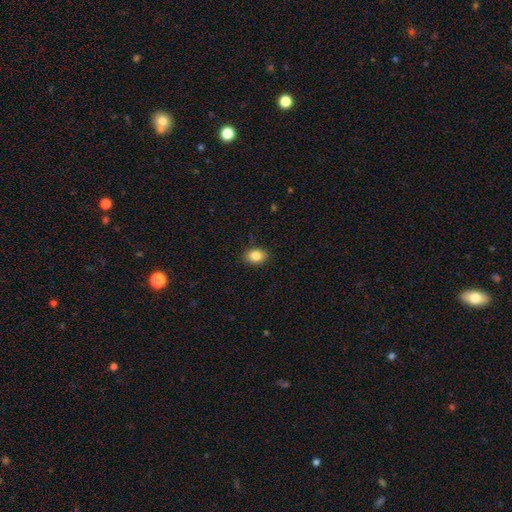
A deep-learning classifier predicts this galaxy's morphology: smooth_or_featured: smooth (p=0.85) [alt: star or artifact p=0.09]
how_rounded: in between (p=0.73) [alt: round p=0.26]
merging: none (p=0.87) [alt: minor disturbance p=0.09]